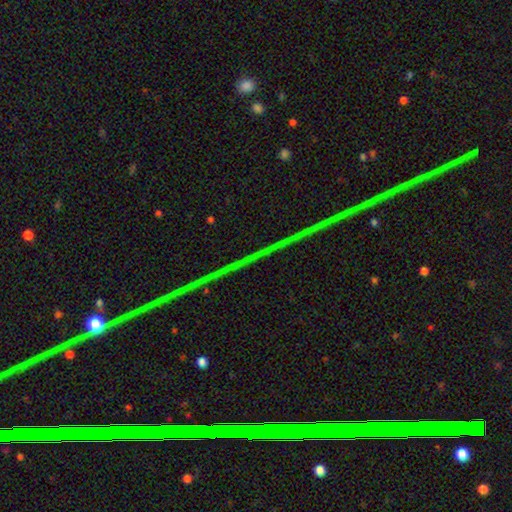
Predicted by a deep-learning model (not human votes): Smooth or featured?
  - star or artifact: 81% *
  - featured or disk: 12%
  - smooth: 7%